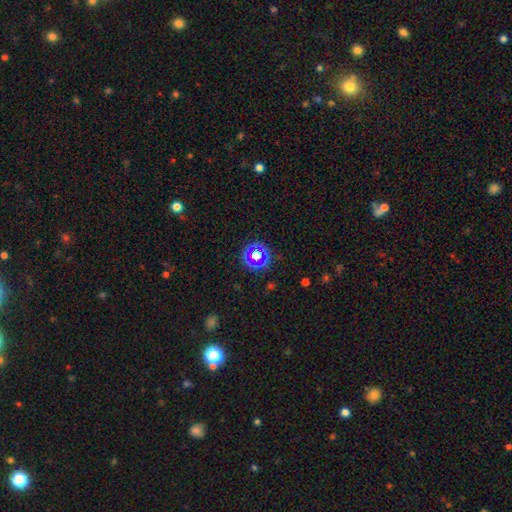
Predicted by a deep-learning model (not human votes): The model was most divided on "smooth or featured": star or artifact: 60%, smooth: 29%, featured or disk: 11%.